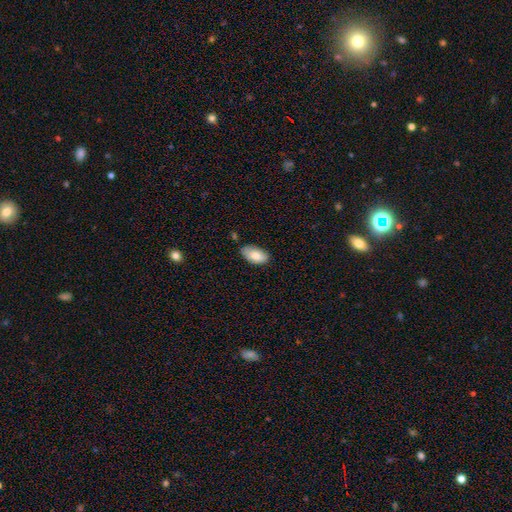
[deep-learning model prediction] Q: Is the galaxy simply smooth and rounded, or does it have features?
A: smooth — 81%.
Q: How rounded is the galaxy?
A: in between — 94%.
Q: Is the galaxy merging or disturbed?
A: none — 75%.